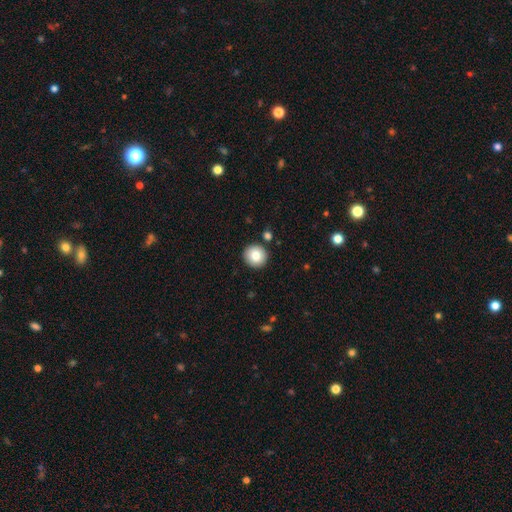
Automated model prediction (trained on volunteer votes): Smooth or featured? smooth (83%)
How rounded? round (95%)
Merging? none (89%)